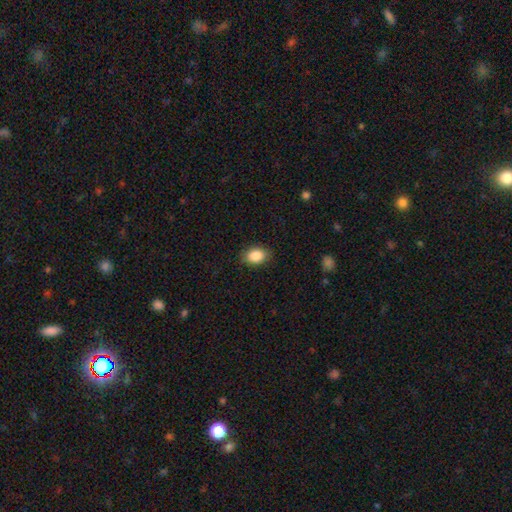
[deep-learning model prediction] Morphology: type=smooth (87%); roundness=in between (76%); merging=none (85%).